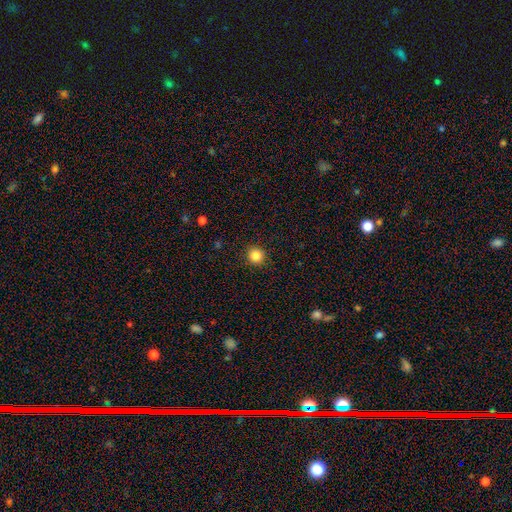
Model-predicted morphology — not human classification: Smooth or featured?
  - smooth: 85% *
  - star or artifact: 11%
  - featured or disk: 4%
How rounded?
  - round: 94% *
  - in between: 5%
  - cigar-shaped: 1%
Merging?
  - none: 92% *
  - minor disturbance: 5%
  - major disturbance: 2%
  - merger: 1%